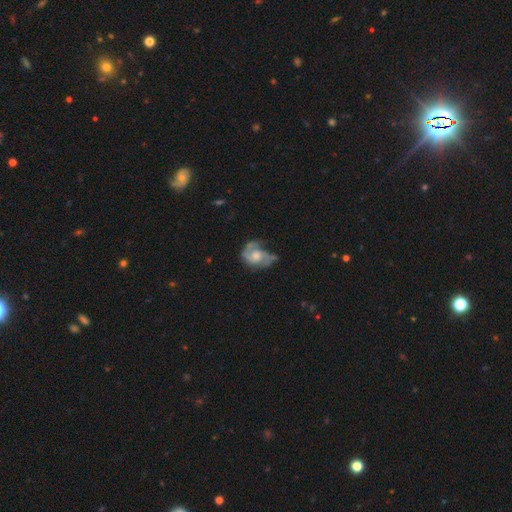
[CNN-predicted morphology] type=featured or disk (81%); edge-on=no (98%); bar=no (66%); spiral arms=yes (94%); winding=medium (50%); arm count=2 (78%); bulge=moderate (53%); merging=none (50%).